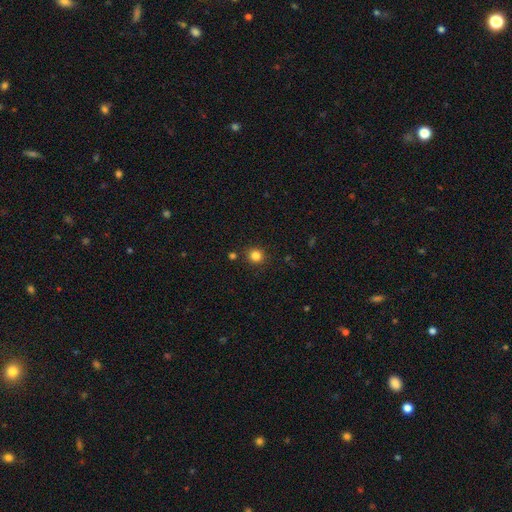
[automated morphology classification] smooth_or_featured: smooth (p=0.83) [alt: star or artifact p=0.13]
how_rounded: round (p=0.91) [alt: in between p=0.08]
merging: none (p=0.88) [alt: minor disturbance p=0.07]